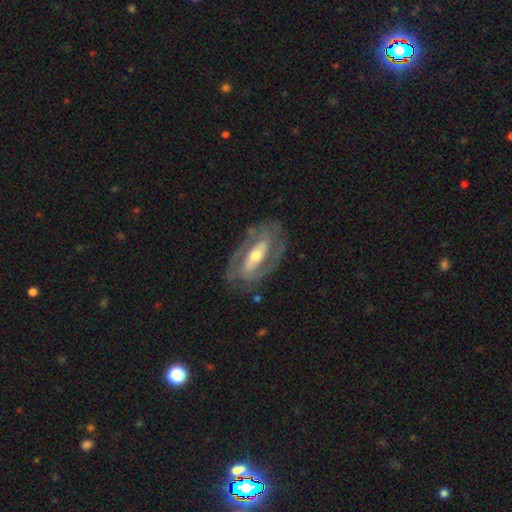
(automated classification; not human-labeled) Smooth or featured?
  - featured or disk: 80% *
  - smooth: 16%
  - star or artifact: 5%
Edge-on disk?
  - no: 89% *
  - yes: 11%
Bar?
  - strong: 53% *
  - weak: 25%
  - no: 22%
Spiral arms?
  - yes: 75% *
  - no: 25%
Spiral winding?
  - tight: 45% *
  - medium: 41%
  - loose: 14%
Spiral arm count?
  - 2: 79% *
  - can't tell: 13%
  - 1: 3%
  - 3: 2%
  - 4: 1%
  - more than 4: 1%
Bulge size?
  - moderate: 61% *
  - small: 29%
  - large: 8%
  - dominant: 1%
  - none: 1%
Merging?
  - none: 76% *
  - minor disturbance: 15%
  - major disturbance: 8%
  - merger: 1%